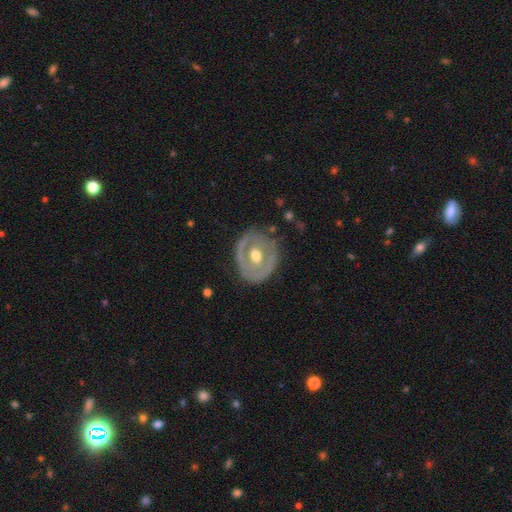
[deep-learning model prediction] featured or disk 68%, smooth 27%, star or artifact 5%. Down the decision tree: edge-on disk — no (94%); bar — no (69%); spiral arms — no (71%); bulge size — moderate (77%); merging — none (73%).